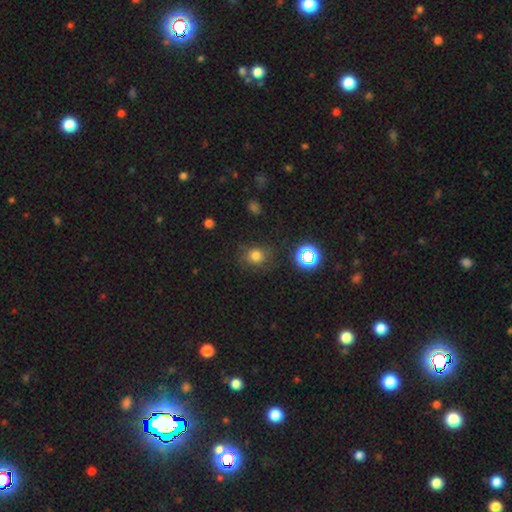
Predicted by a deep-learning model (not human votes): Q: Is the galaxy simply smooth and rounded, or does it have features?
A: smooth — 69%.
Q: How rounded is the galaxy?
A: round — 78%.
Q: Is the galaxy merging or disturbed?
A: none — 75%.